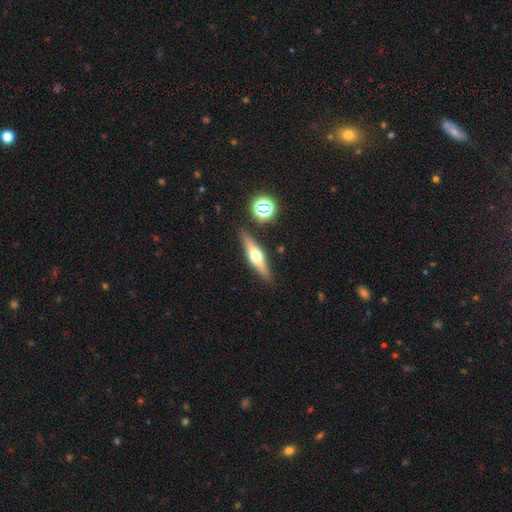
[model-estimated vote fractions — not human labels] The model was most divided on "smooth or featured": featured or disk: 61%, smooth: 31%, star or artifact: 8%. More confident: edge-on disk — yes (95%); edge-on bulge — rounded (94%); merging — none (88%).